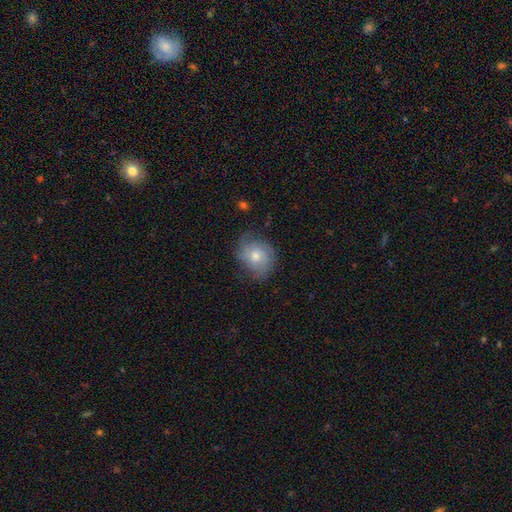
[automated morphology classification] Q: Smooth or featured?
A: featured or disk (51%); runner-up: smooth (41%)
Q: Edge-on disk?
A: no (97%); runner-up: yes (3%)
Q: Merging?
A: none (64%); runner-up: minor disturbance (25%)